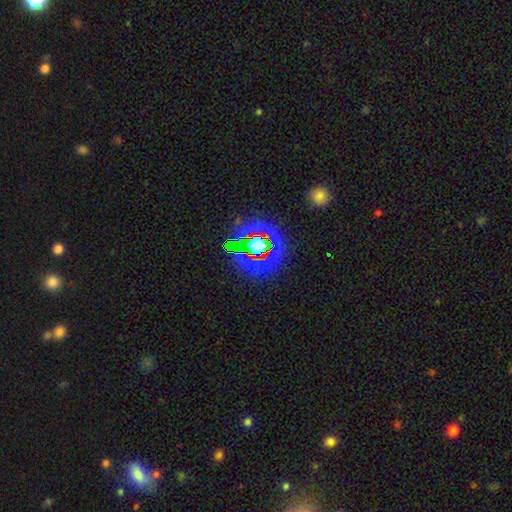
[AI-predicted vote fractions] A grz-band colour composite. It shows a star or artifact, not a galaxy (77%).